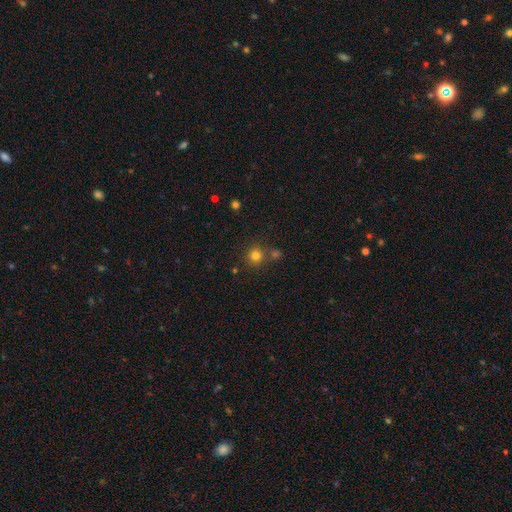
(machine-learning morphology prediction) smooth_or_featured: smooth (p=0.78) [alt: star or artifact p=0.16]
how_rounded: round (p=0.92) [alt: in between p=0.07]
merging: none (p=0.75) [alt: merger p=0.13]